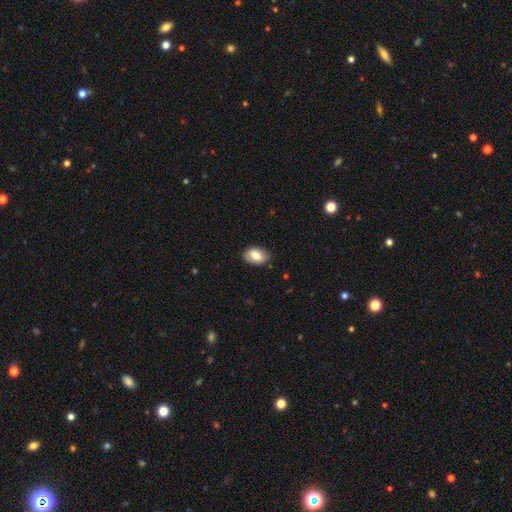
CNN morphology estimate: smooth 82%, featured or disk 11%, star or artifact 7%. Down the decision tree: how rounded — in between (87%); merging — none (86%).